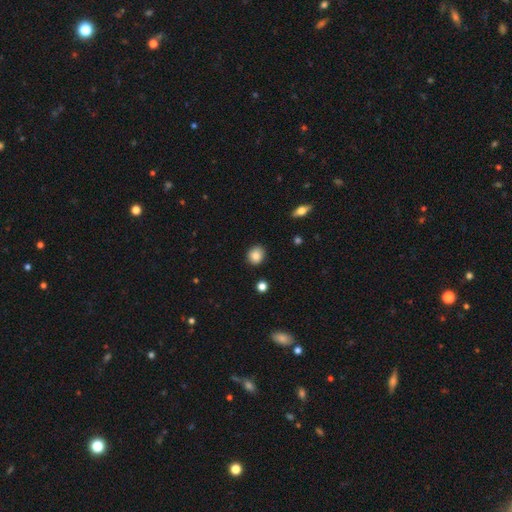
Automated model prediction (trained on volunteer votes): smooth_or_featured: smooth (p=0.85) [alt: star or artifact p=0.09]
how_rounded: round (p=0.77) [alt: in between p=0.22]
merging: none (p=0.89) [alt: minor disturbance p=0.08]